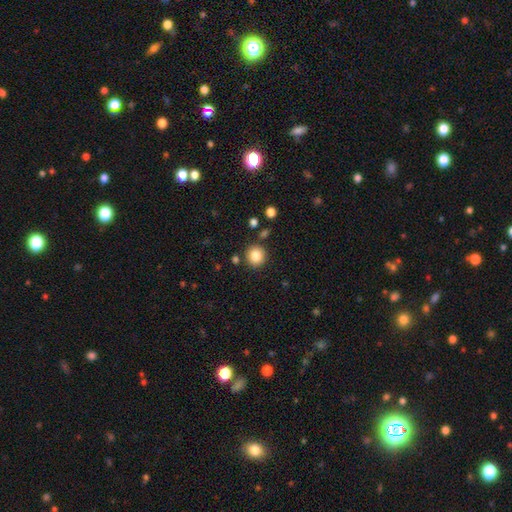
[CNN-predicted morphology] smooth_or_featured: smooth (p=0.84) [alt: star or artifact p=0.10]
how_rounded: round (p=0.93) [alt: in between p=0.06]
merging: none (p=0.87) [alt: minor disturbance p=0.07]